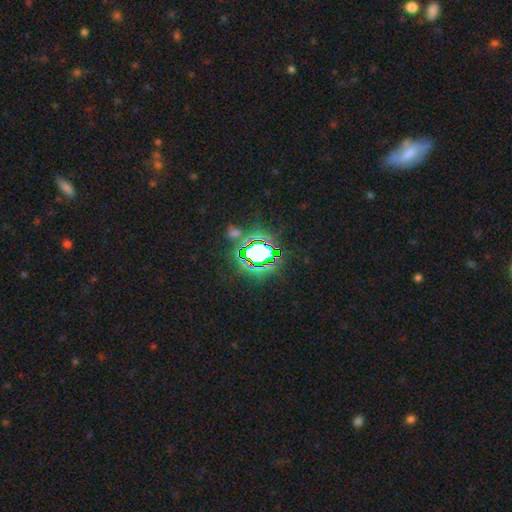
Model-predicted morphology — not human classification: The model was most divided on "smooth or featured": star or artifact: 81%, smooth: 12%, featured or disk: 7%.